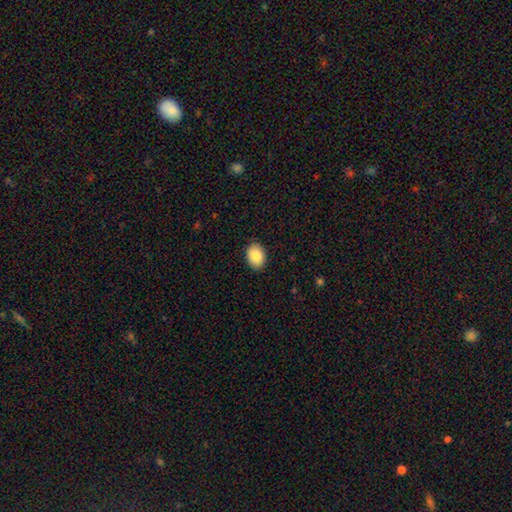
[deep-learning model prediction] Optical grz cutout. It shows a smooth galaxy with no disk features (86%) that is in between round and cigar-shaped (72%). Merging: none (89%).